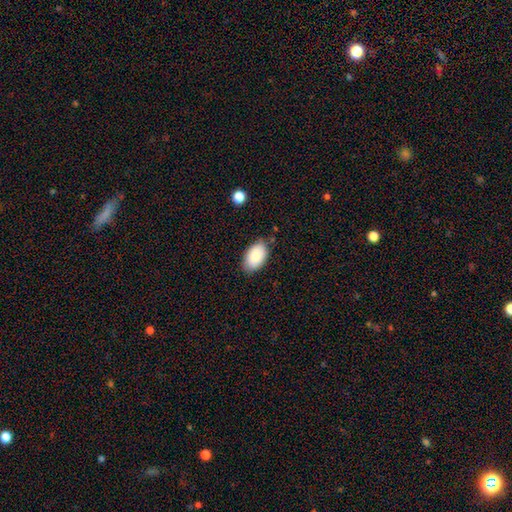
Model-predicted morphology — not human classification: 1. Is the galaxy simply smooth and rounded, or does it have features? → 86% smooth, 8% featured or disk, 7% star or artifact.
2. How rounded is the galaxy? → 94% in between, 5% round, 1% cigar-shaped.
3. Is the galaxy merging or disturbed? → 79% none, 17% minor disturbance, 3% major disturbance, 2% merger.